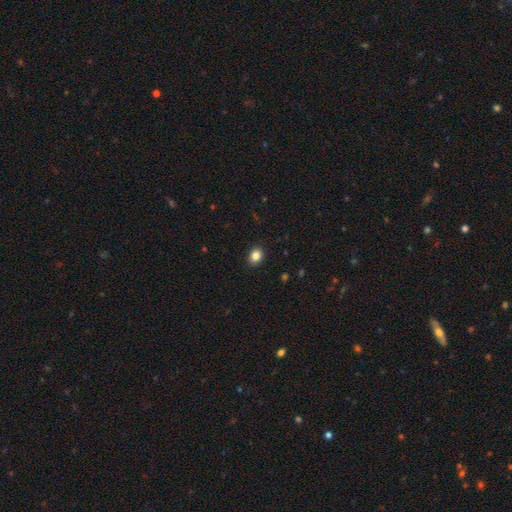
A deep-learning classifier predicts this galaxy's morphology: smooth-or-featured: smooth: 84% | star or artifact: 10% | featured or disk: 5%
  how-rounded: round: 57% | in between: 43% | cigar-shaped: 1%
  merging: none: 91% | minor disturbance: 6% | major disturbance: 2% | merger: 1%